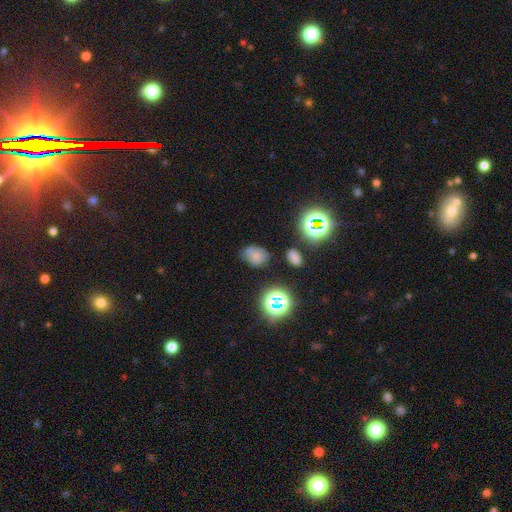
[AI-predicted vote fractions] Morphology: type=smooth (61%); roundness=in between (61%); merging=none (56%).